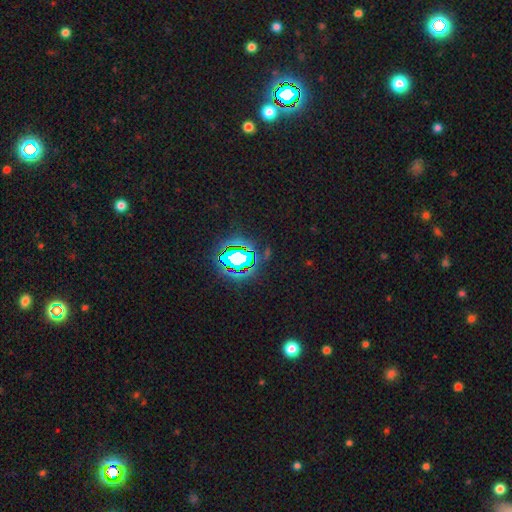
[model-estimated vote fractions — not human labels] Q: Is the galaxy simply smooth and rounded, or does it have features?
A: star or artifact — 81%.